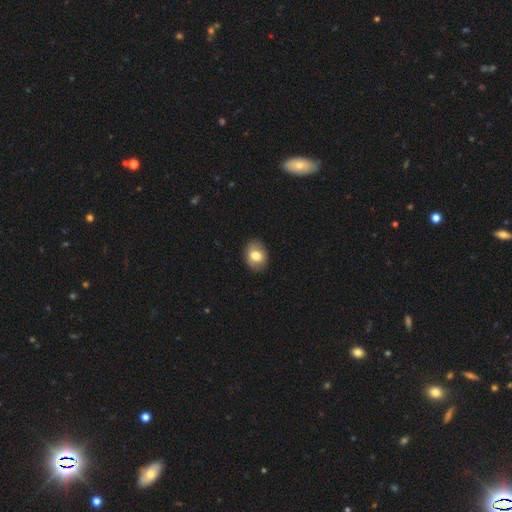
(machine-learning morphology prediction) A smooth galaxy with no disk features (75%) that is in between round and cigar-shaped (61%). Merging: none (85%).